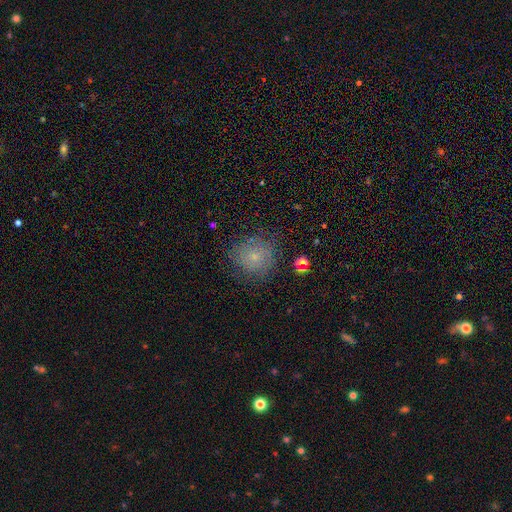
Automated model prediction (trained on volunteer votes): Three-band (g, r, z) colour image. It shows a smooth galaxy with no disk features (65%) that is round (87%). Merging: none (76%).